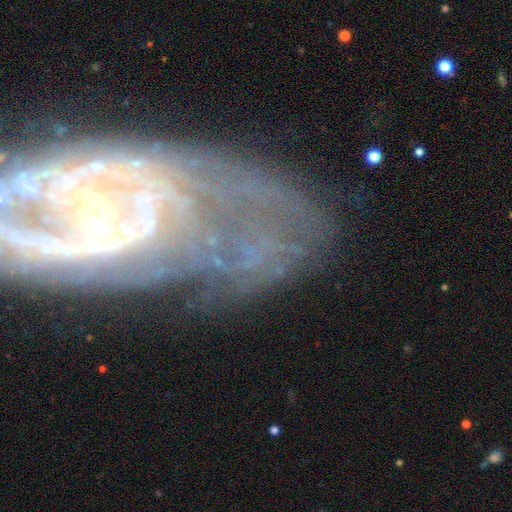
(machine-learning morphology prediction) Q: Smooth or featured?
A: featured or disk (65%); runner-up: star or artifact (21%)
Q: Edge-on disk?
A: no (91%); runner-up: yes (9%)
Q: Bar?
A: no (48%); runner-up: weak (29%)
Q: Spiral arms?
A: yes (77%); runner-up: no (23%)
Q: Bulge size?
A: small (44%); runner-up: moderate (31%)
Q: Merging?
A: none (56%); runner-up: minor disturbance (18%)